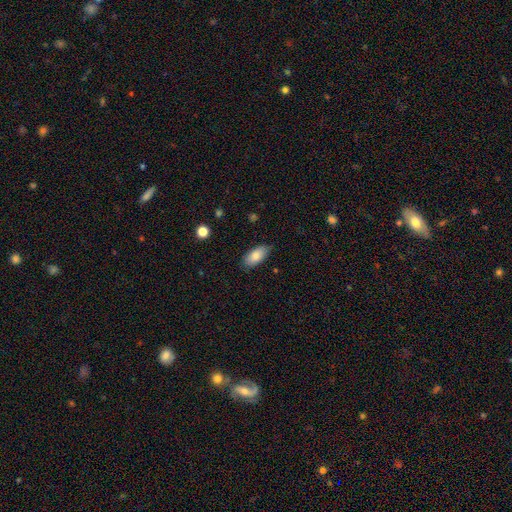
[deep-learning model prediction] Morphology: type=smooth (82%); roundness=in between (91%); merging=none (80%).